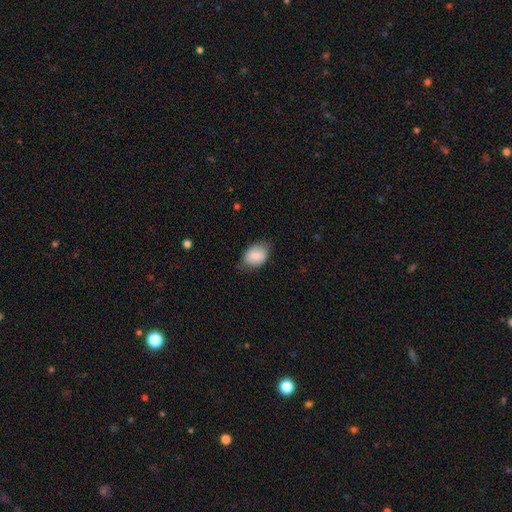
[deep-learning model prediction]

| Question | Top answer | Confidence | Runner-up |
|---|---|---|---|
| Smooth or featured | smooth | 82% | featured or disk (11%) |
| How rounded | in between | 76% | round (23%) |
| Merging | none | 67% | minor disturbance (26%) |